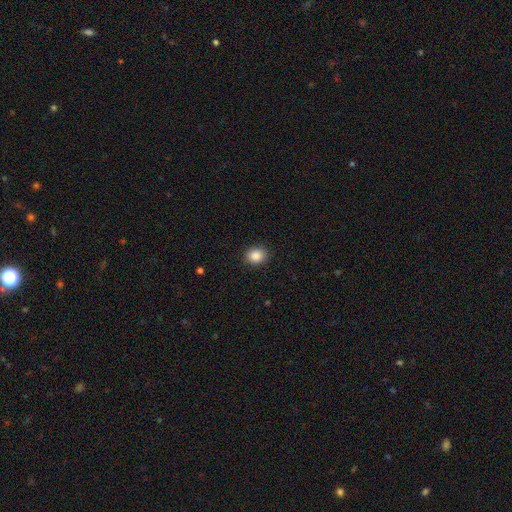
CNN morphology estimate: Smooth or featured?
  - smooth: 87% *
  - star or artifact: 9%
  - featured or disk: 4%
How rounded?
  - round: 67% *
  - in between: 33%
  - cigar-shaped: 1%
Merging?
  - none: 89% *
  - minor disturbance: 7%
  - major disturbance: 2%
  - merger: 1%